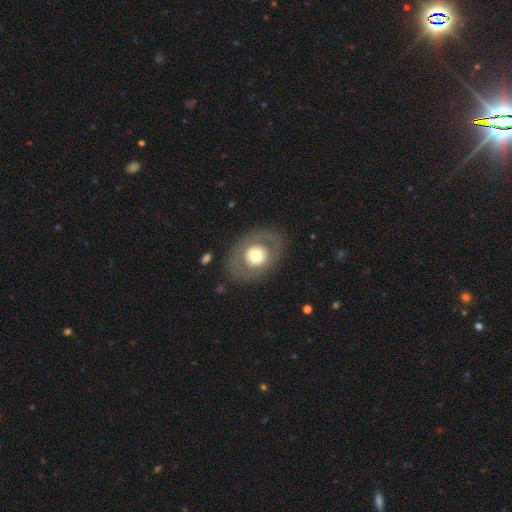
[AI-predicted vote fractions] The model was most divided on "how rounded": in between: 51%, round: 48%, cigar-shaped: 1%. More confident: merging — none (82%); smooth or featured — smooth (52%).